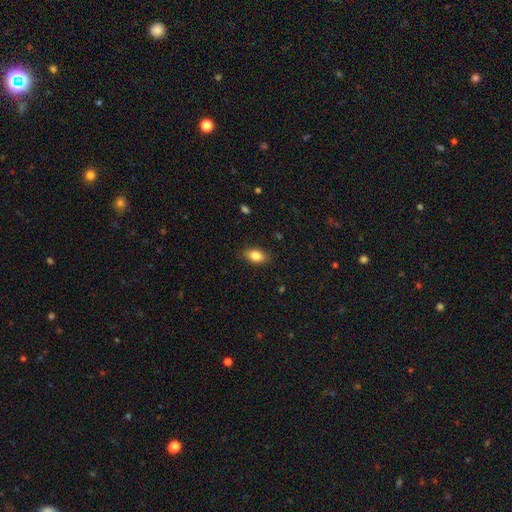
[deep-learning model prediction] The model was most divided on "smooth or featured": smooth: 84%, star or artifact: 8%, featured or disk: 8%. More confident: how rounded — in between (87%); merging — none (86%).